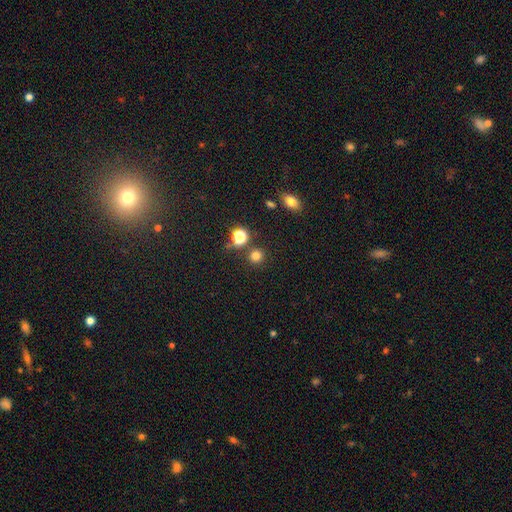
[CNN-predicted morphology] type=smooth (77%); roundness=round (91%); merging=none (84%).